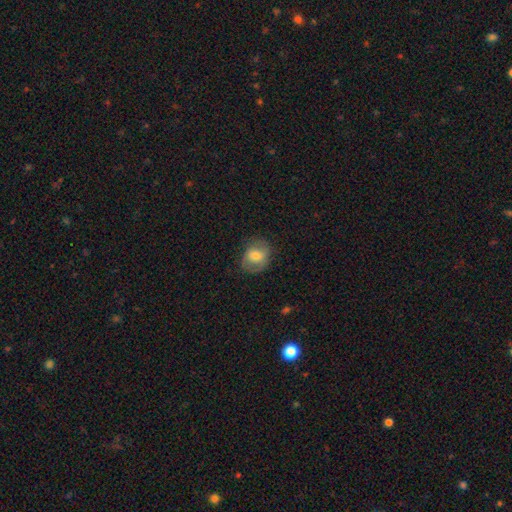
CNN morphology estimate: Overall: smooth (64%; featured or disk 28%). How rounded: round (57%; in between 42%). Merging: none (70%).